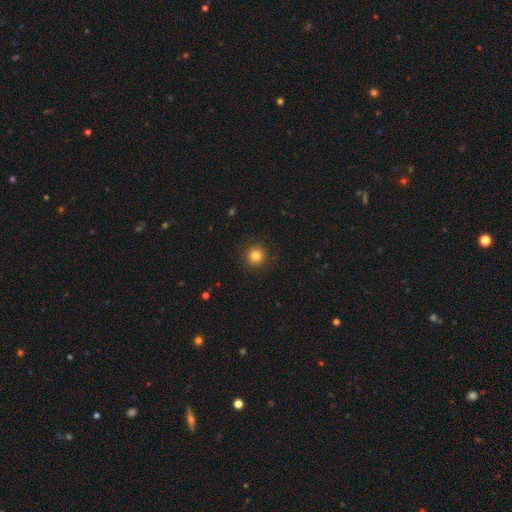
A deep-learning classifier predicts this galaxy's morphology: A smooth galaxy with no disk features (83%) that is round (96%).

Vote fractions:
- Smooth or featured? smooth: 83% / star or artifact: 12% / featured or disk: 5%
- How rounded? round: 96% / in between: 3% / cigar-shaped: 1%
- Merging? none: 92% / minor disturbance: 5% / major disturbance: 2% / merger: 1%